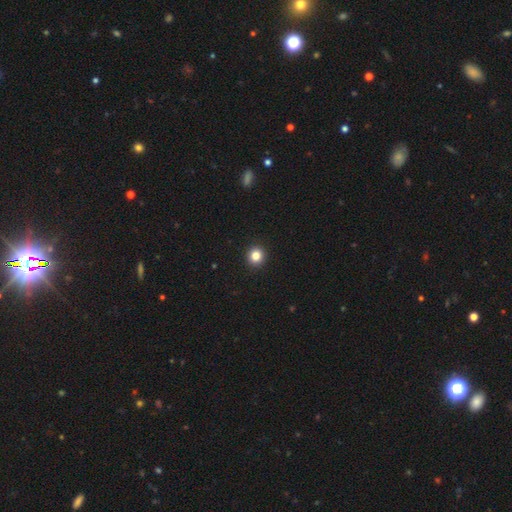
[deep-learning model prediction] smooth-or-featured: smooth: 84% | star or artifact: 11% | featured or disk: 5%
  how-rounded: round: 93% | in between: 6% | cigar-shaped: 1%
  merging: none: 94% | minor disturbance: 4% | major disturbance: 1% | merger: 1%